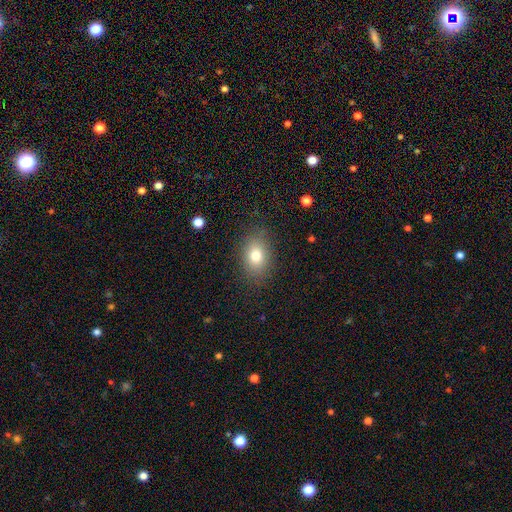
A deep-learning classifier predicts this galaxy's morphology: type=smooth (76%); roundness=in between (75%); merging=none (84%).